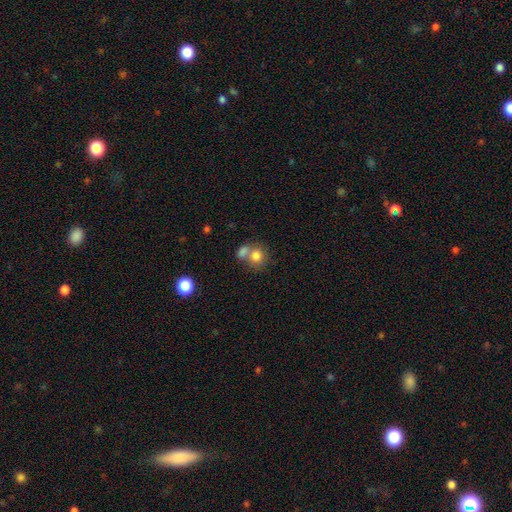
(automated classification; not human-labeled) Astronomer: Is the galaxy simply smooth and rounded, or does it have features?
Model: smooth — 78%.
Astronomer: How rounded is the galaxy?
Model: round — 77%.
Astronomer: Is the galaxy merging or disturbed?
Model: merger — 47% (runner-up: none, 39%).